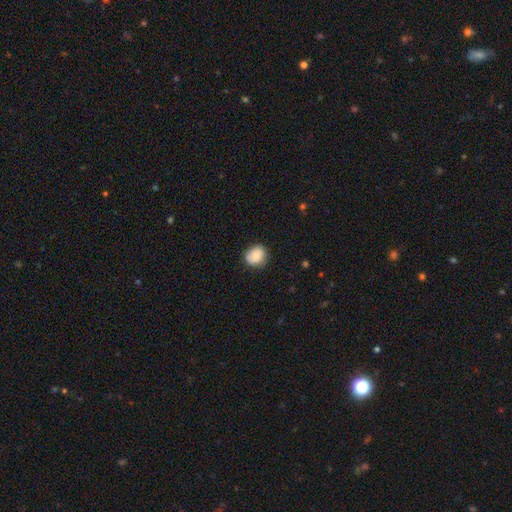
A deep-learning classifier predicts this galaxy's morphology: A smooth galaxy with no disk features (78%) that is round (73%).

Vote fractions:
- Smooth or featured? smooth: 78% / featured or disk: 14% / star or artifact: 8%
- How rounded? round: 73% / in between: 26% / cigar-shaped: 1%
- Merging? none: 77% / minor disturbance: 19% / major disturbance: 4% / merger: 1%